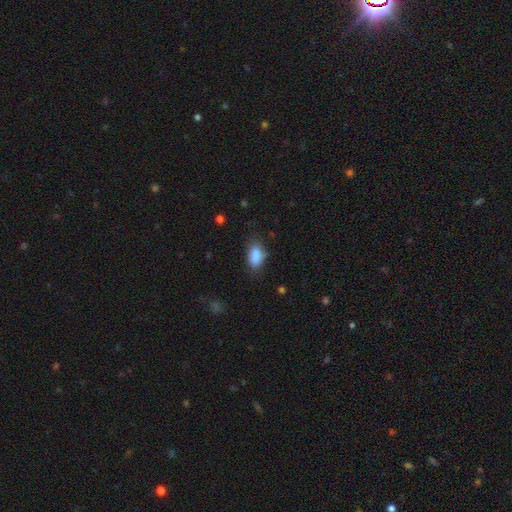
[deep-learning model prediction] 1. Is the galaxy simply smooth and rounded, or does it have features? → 88% smooth, 8% star or artifact, 5% featured or disk.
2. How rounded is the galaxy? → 90% in between, 5% round, 5% cigar-shaped.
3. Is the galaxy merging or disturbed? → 73% none, 20% minor disturbance, 6% major disturbance, 2% merger.